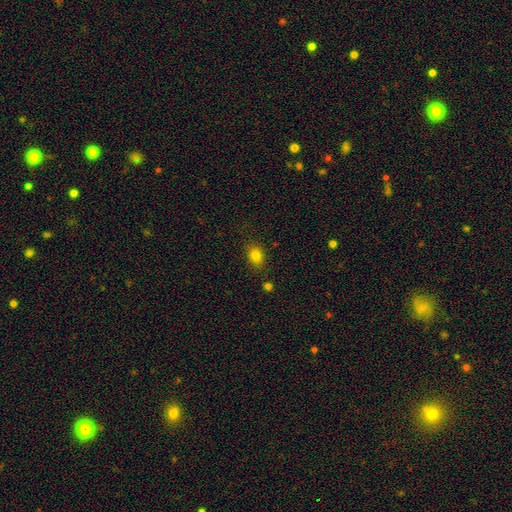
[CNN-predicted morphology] smooth-or-featured: smooth: 81% | star or artifact: 12% | featured or disk: 7%
  how-rounded: in between: 57% | round: 42% | cigar-shaped: 1%
  merging: none: 83% | minor disturbance: 11% | major disturbance: 3% | merger: 2%